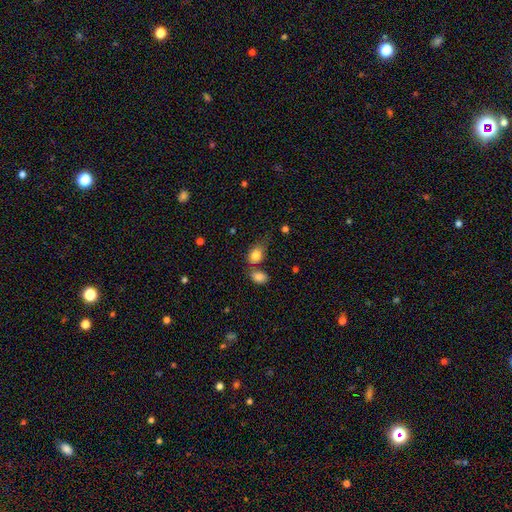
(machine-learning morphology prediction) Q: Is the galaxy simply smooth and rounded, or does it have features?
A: smooth — 82%.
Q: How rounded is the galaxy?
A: in between — 70%.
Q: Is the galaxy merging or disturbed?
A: none — 45%.